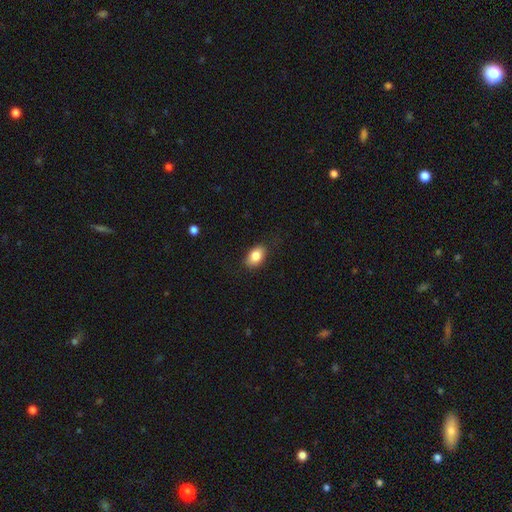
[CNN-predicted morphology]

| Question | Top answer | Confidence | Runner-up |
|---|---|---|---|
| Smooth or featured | smooth | 84% | featured or disk (9%) |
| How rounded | in between | 88% | round (10%) |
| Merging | none | 83% | minor disturbance (13%) |